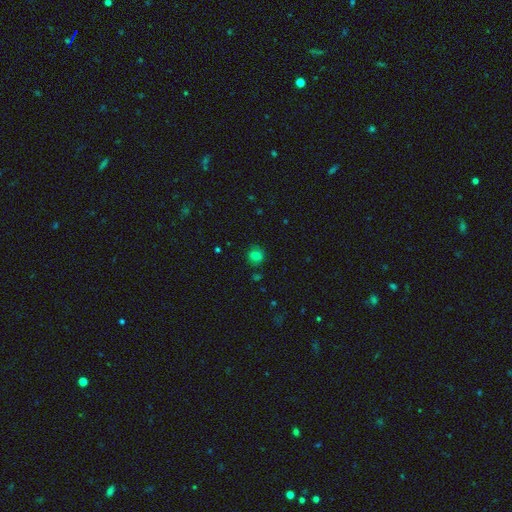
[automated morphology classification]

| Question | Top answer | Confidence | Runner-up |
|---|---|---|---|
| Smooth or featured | smooth | 77% | star or artifact (16%) |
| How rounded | round | 87% | in between (12%) |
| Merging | none | 84% | minor disturbance (11%) |